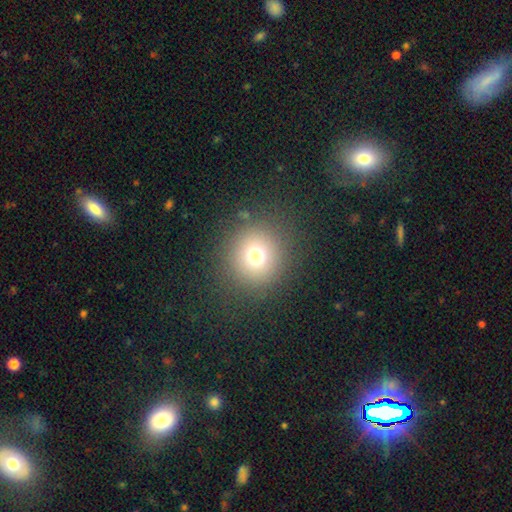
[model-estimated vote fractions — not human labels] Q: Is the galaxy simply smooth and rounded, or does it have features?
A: smooth — 70%.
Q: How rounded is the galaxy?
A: round — 93%.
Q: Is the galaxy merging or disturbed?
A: none — 86%.